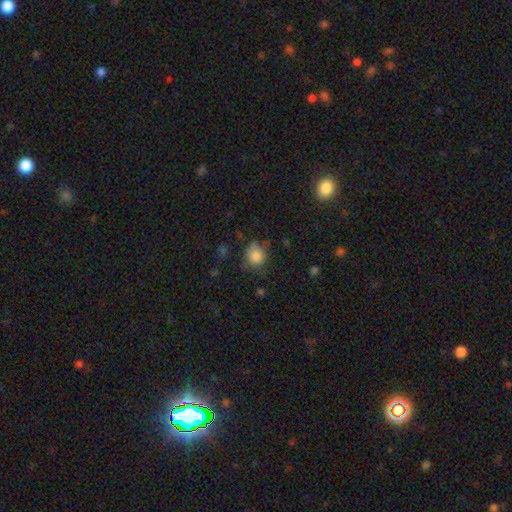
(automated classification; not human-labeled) Overall: smooth (84%). How rounded: round (76%). Merging: none (60%; minor disturbance 28%).